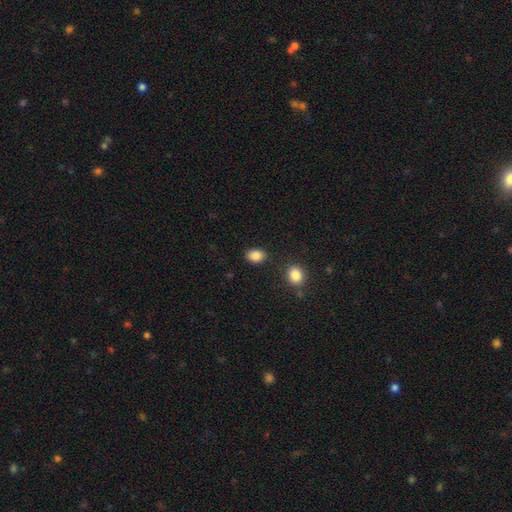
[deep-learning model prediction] A smooth galaxy with no disk features (86%) that is in between round and cigar-shaped (70%).

Vote fractions:
- Smooth or featured? smooth: 86% / star or artifact: 9% / featured or disk: 5%
- How rounded? in between: 70% / round: 29% / cigar-shaped: 1%
- Merging? none: 82% / minor disturbance: 11% / merger: 4% / major disturbance: 3%